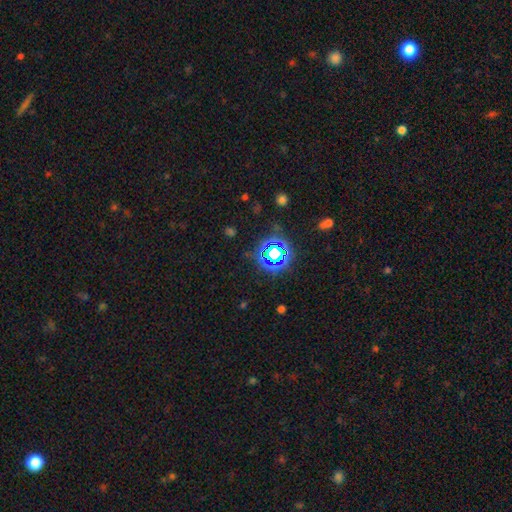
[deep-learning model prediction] Smooth or featured? star or artifact (74%)